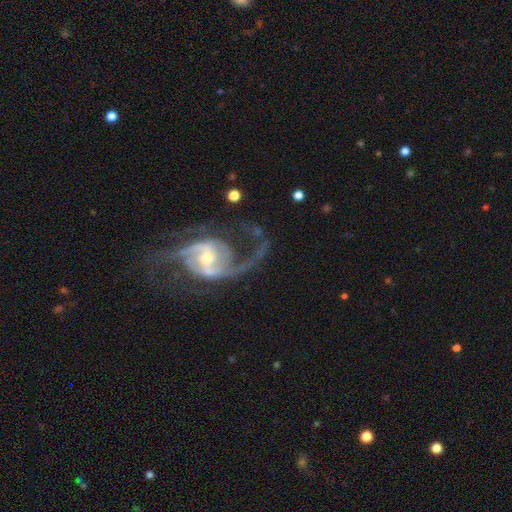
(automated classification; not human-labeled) Smooth or featured? featured or disk (90%)
Edge-on disk? no (98%)
Bar? weak (40%)
Spiral arms? yes (96%)
Spiral winding? medium (47%)
Spiral arm count? 2 (80%)
Bulge size? small (48%)
Merging? none (55%)